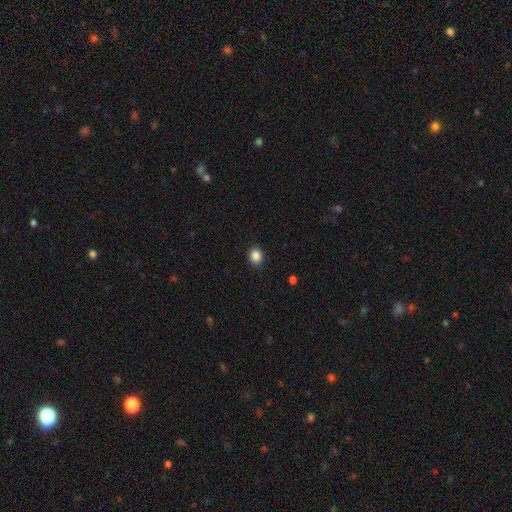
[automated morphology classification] type=smooth (86%); roundness=round (69%); merging=none (91%).